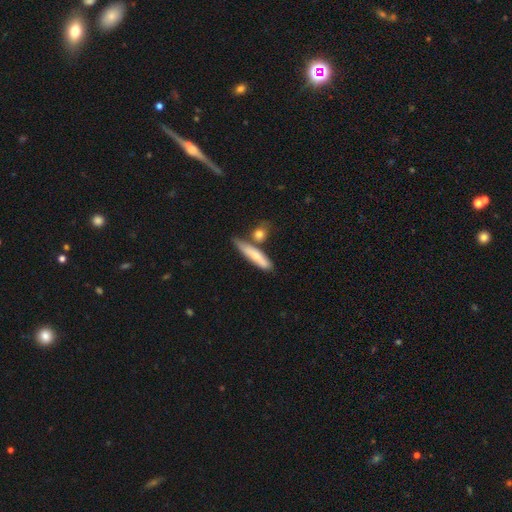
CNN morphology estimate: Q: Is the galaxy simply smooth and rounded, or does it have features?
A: smooth — 66%.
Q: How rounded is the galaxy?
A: cigar-shaped — 79%.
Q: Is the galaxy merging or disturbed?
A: none — 57%.